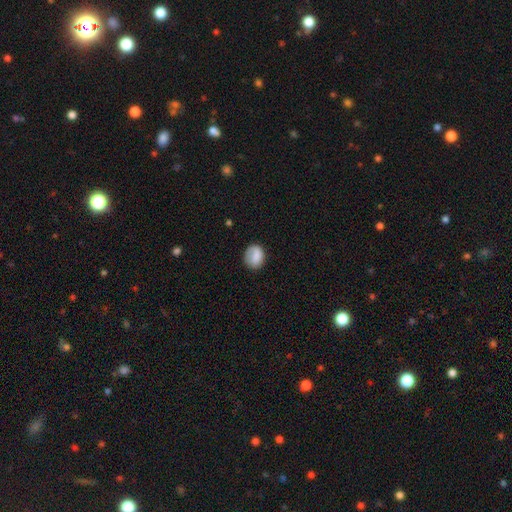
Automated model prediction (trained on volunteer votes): Morphology: type=smooth (78%); roundness=round (53%); merging=none (71%).